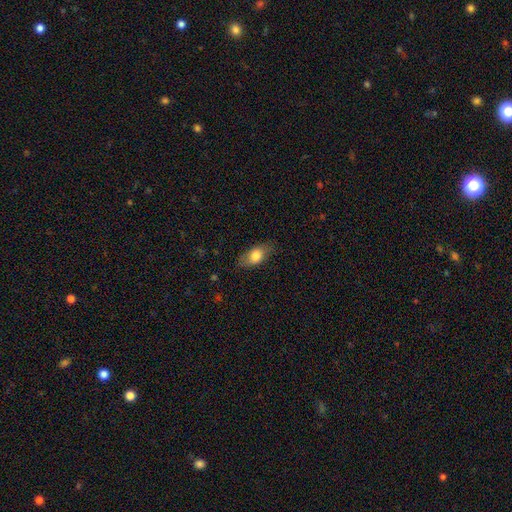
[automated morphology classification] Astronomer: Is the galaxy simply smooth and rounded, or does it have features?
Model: smooth — 75%.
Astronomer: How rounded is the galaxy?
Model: in between — 85%.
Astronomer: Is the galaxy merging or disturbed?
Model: none — 80%.